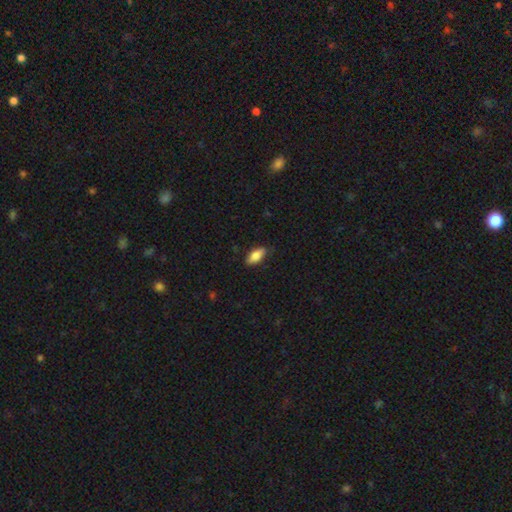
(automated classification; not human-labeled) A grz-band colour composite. It shows a smooth galaxy with no disk features (80%) that is in between round and cigar-shaped (84%). Merging: none (82%).